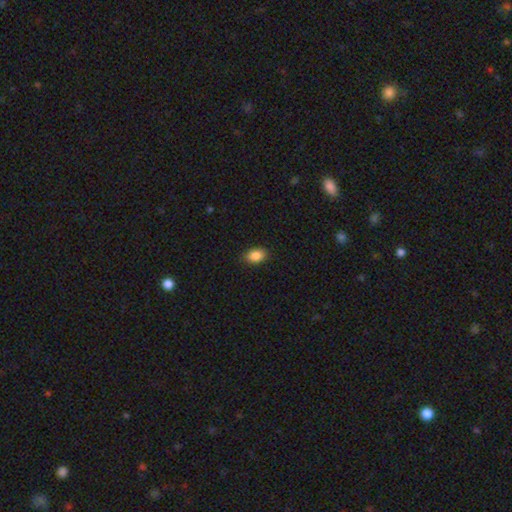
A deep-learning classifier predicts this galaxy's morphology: smooth-or-featured: smooth: 87% | star or artifact: 9% | featured or disk: 5%
  how-rounded: in between: 84% | round: 15% | cigar-shaped: 1%
  merging: none: 87% | minor disturbance: 10% | major disturbance: 2% | merger: 1%